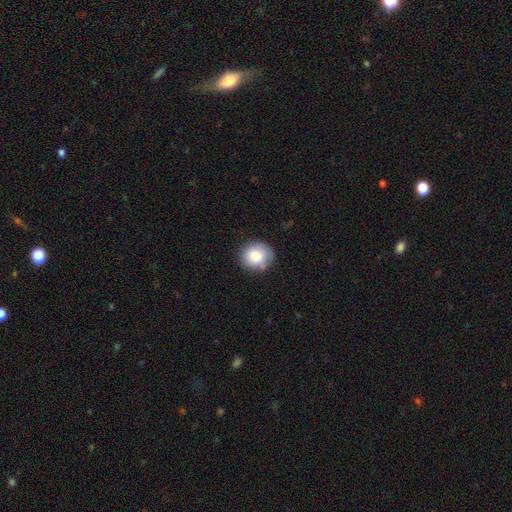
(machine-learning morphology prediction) This appears to be a smooth galaxy with no disk features (79%) that is round (86%). Merging: none (81%).